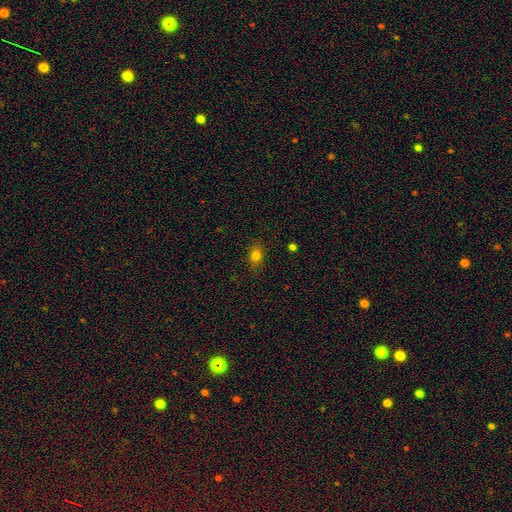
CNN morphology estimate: The model was most divided on "how rounded": in between: 60%, round: 38%, cigar-shaped: 2%. More confident: merging — none (85%); smooth or featured — smooth (79%).